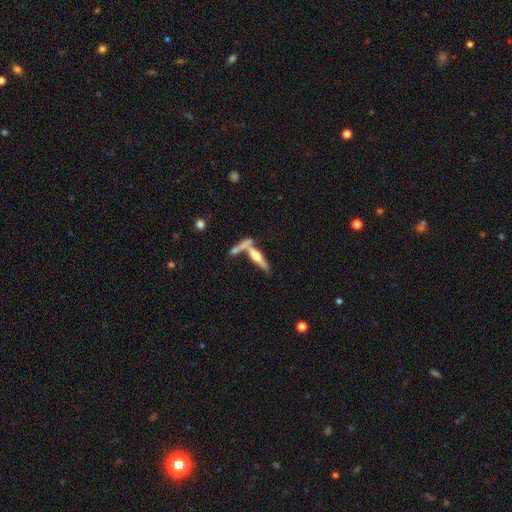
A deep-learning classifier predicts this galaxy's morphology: Smooth or featured? Predicted: featured or disk (p=0.55). Edge-on disk? Predicted: yes (p=0.91). Edge-on bulge? Predicted: rounded (p=0.88). Merging? Predicted: none (p=0.49).